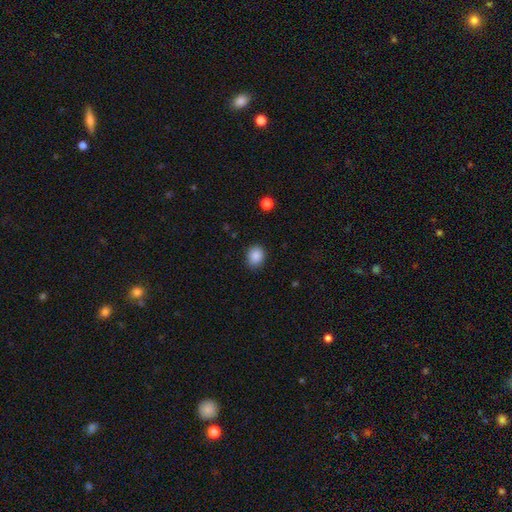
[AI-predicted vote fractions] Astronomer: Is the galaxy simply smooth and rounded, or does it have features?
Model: smooth — 87%.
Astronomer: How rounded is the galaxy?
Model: round — 59% (runner-up: in between, 40%).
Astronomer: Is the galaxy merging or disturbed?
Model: none — 85%.